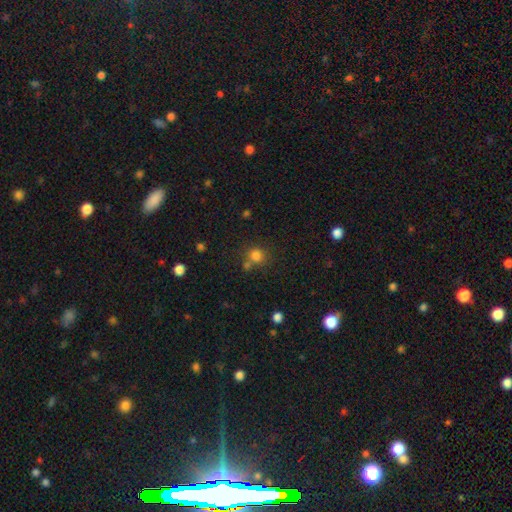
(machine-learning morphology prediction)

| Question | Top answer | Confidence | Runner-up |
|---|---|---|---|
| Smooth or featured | smooth | 80% | star or artifact (14%) |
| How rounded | round | 89% | in between (10%) |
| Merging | none | 67% | merger (18%) |